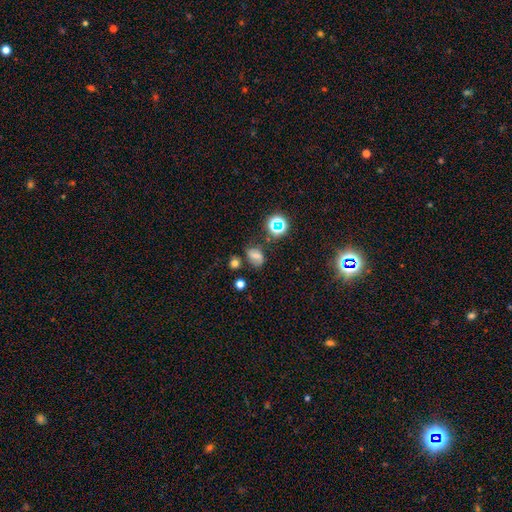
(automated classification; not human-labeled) Smooth or featured? smooth (50%)
Merging? none (62%)